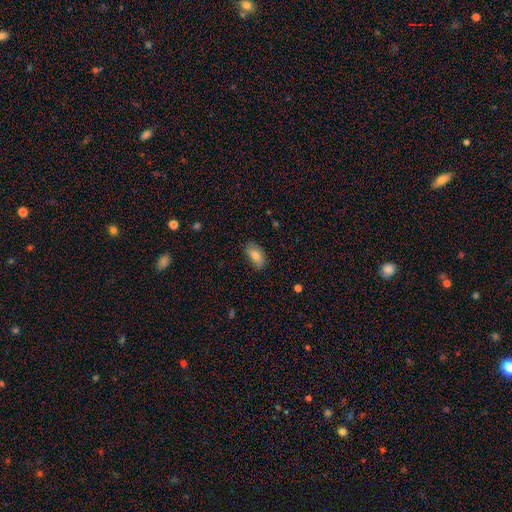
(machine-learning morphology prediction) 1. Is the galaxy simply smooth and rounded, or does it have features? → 82% smooth, 11% featured or disk, 7% star or artifact.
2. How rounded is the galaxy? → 91% in between, 5% round, 4% cigar-shaped.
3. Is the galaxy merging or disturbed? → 75% none, 20% minor disturbance, 4% major disturbance, 1% merger.